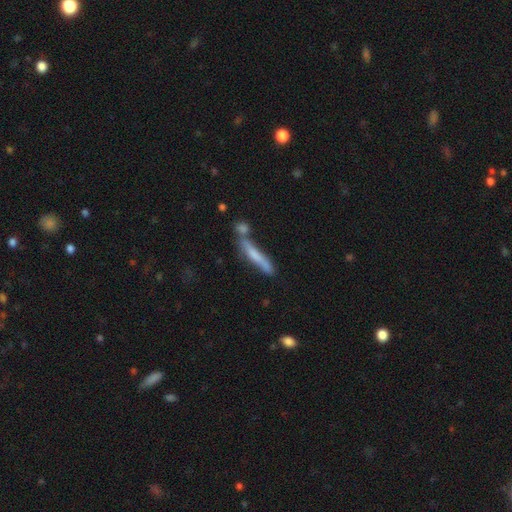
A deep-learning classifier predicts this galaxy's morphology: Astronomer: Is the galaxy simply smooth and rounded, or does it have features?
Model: smooth — 56% (runner-up: featured or disk, 36%).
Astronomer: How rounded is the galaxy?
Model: cigar-shaped — 92%.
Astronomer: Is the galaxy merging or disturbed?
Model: none — 54%.